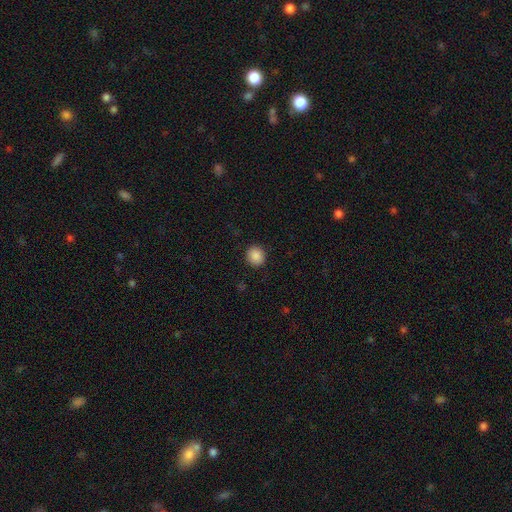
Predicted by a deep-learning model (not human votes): smooth 88%, star or artifact 9%, featured or disk 3%. Down the decision tree: how rounded — round (88%); merging — none (91%).